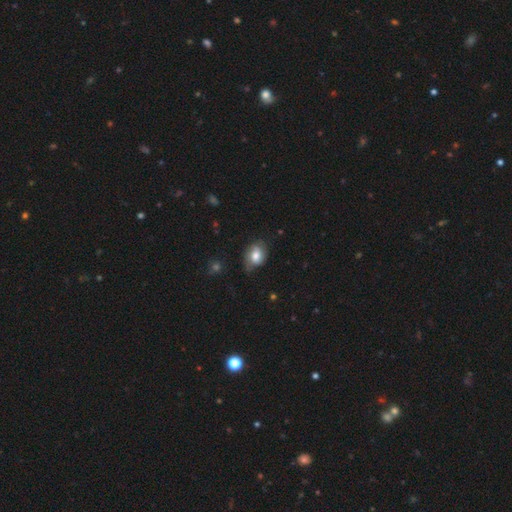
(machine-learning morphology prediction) Overall: smooth (64%; featured or disk 28%). How rounded: in between (70%). Merging: none (60%; minor disturbance 29%).